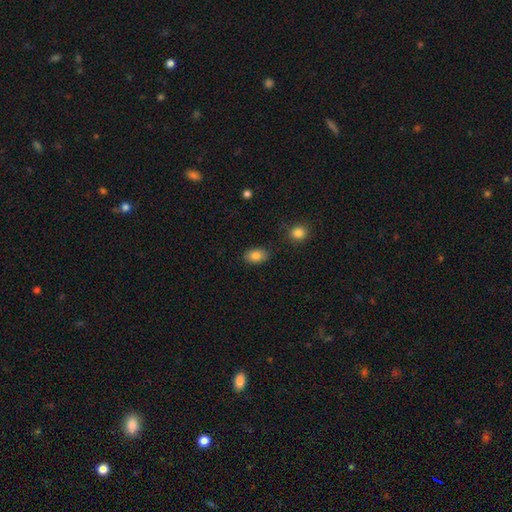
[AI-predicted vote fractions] Smooth or featured? smooth (84%)
How rounded? in between (84%)
Merging? none (85%)